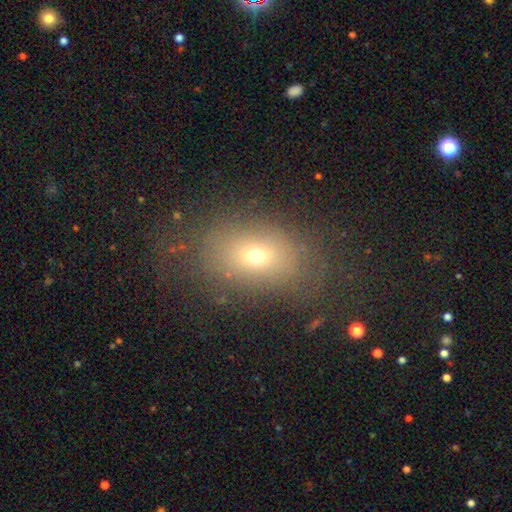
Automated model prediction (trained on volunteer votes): A smooth galaxy with no disk features (63%) that is in between round and cigar-shaped (72%).

Vote fractions:
- Smooth or featured? smooth: 63% / star or artifact: 19% / featured or disk: 18%
- How rounded? in between: 72% / round: 25% / cigar-shaped: 2%
- Merging? none: 72% / minor disturbance: 15% / major disturbance: 11% / merger: 2%